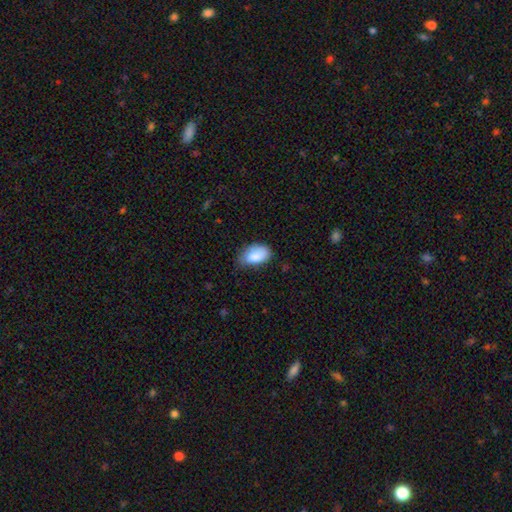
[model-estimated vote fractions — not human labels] Smooth or featured: smooth — 85% (featured or disk — 8%)
How rounded: in between — 93% (round — 5%)
Merging: none — 57% (minor disturbance — 34%)